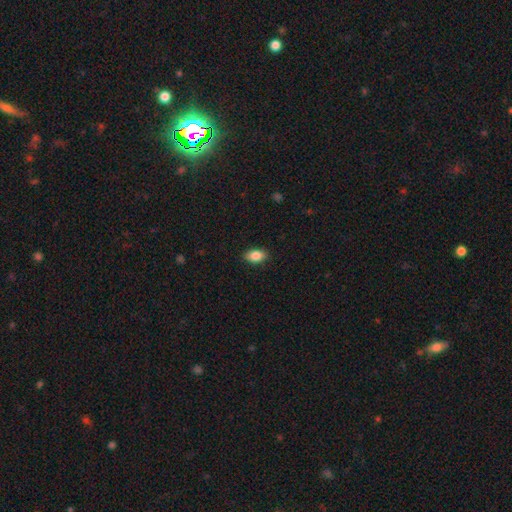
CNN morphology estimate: smooth-or-featured: smooth: 85% | star or artifact: 8% | featured or disk: 7%
  how-rounded: in between: 89% | round: 8% | cigar-shaped: 3%
  merging: none: 88% | minor disturbance: 9% | major disturbance: 2% | merger: 1%